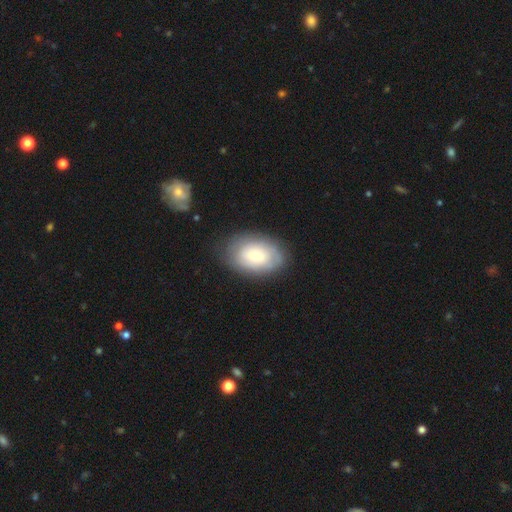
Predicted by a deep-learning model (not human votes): This appears to be a smooth galaxy with no disk features (62%) that is in between round and cigar-shaped (84%). Merging: none (77%).